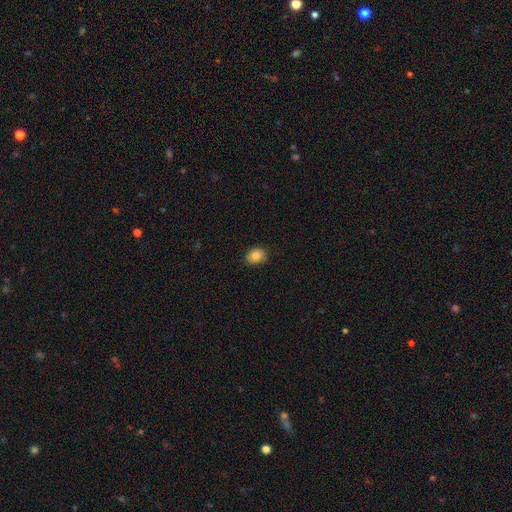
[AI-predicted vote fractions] smooth-or-featured: smooth: 85% | star or artifact: 9% | featured or disk: 6%
  how-rounded: in between: 51% | round: 48% | cigar-shaped: 1%
  merging: none: 88% | minor disturbance: 10% | major disturbance: 2% | merger: 1%